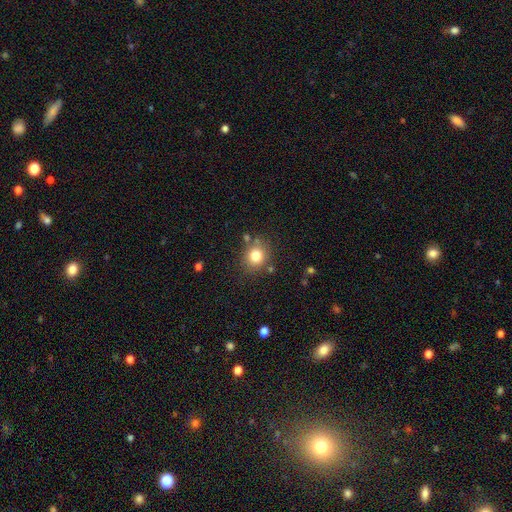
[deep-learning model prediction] Smooth or featured? smooth (79%)
How rounded? round (79%)
Merging? none (79%)